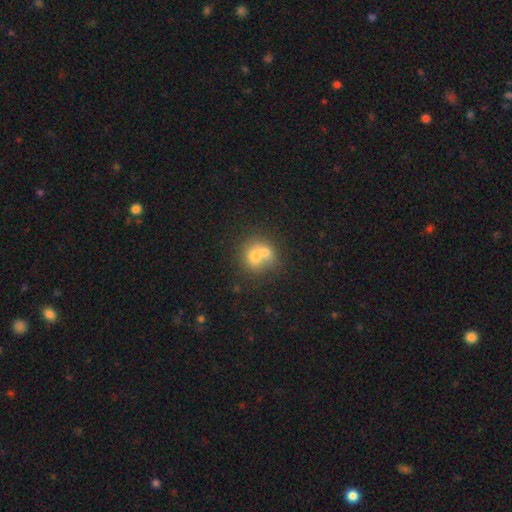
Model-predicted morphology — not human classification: Smooth or featured? smooth (67%)
How rounded? round (74%)
Merging? merger (64%)